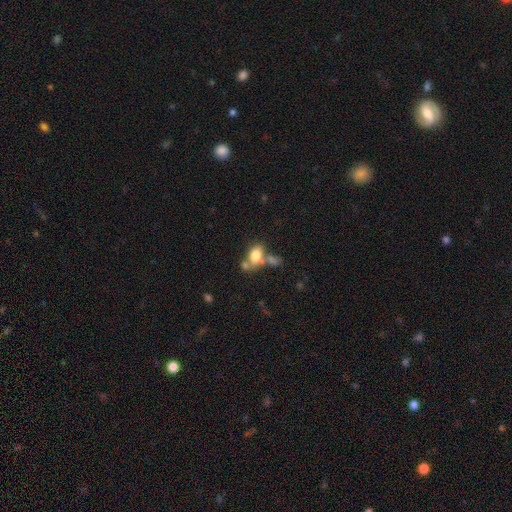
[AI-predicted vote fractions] This appears to be a smooth galaxy with no disk features (76%) that is in between round and cigar-shaped (81%). Merging: merger (42%).